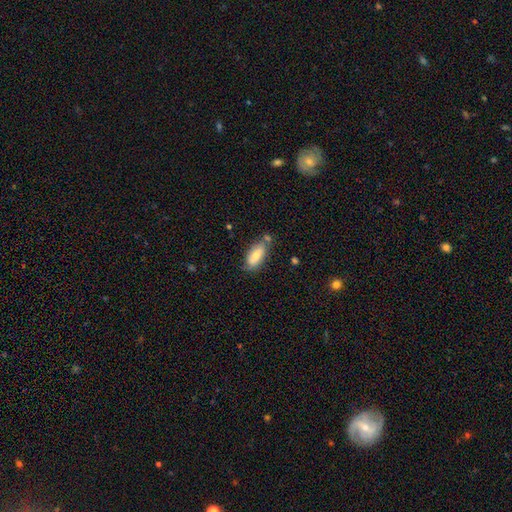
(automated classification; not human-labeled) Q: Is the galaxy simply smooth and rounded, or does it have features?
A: smooth — 73%.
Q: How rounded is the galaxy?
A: in between — 80%.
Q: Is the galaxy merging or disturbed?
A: none — 60%.